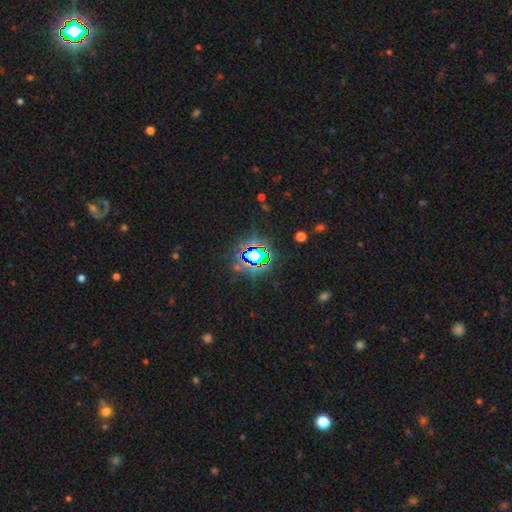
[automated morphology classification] This is likely a star or artifact rather than a galaxy (75%).